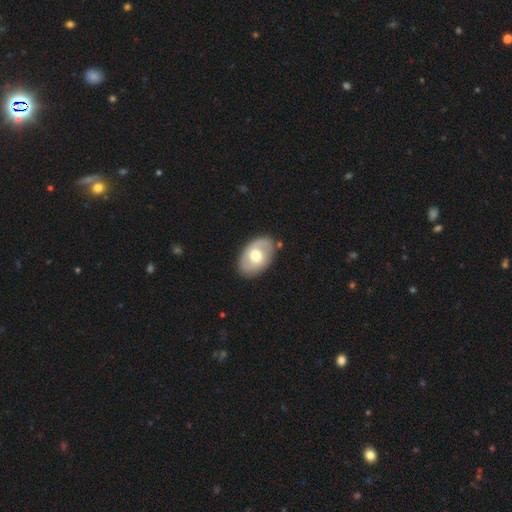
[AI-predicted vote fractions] A smooth galaxy with no disk features (52%) that is in between round and cigar-shaped (85%). Merging: none (81%).